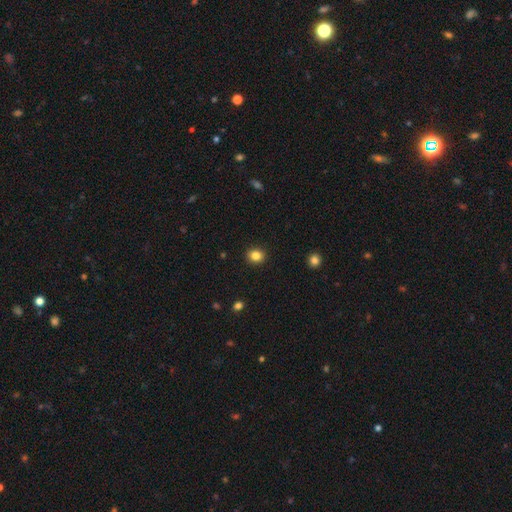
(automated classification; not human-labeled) This appears to be a smooth galaxy with no disk features (84%) that is round (75%). Merging: none (91%).